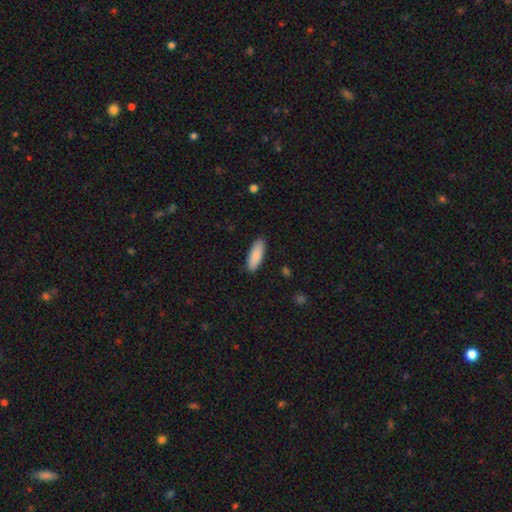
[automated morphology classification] A smooth galaxy with no disk features (87%) that is in between round and cigar-shaped (65%).

Vote fractions:
- Smooth or featured? smooth: 87% / featured or disk: 7% / star or artifact: 6%
- How rounded? in between: 65% / cigar-shaped: 33% / round: 2%
- Merging? none: 89% / minor disturbance: 8% / major disturbance: 2% / merger: 1%